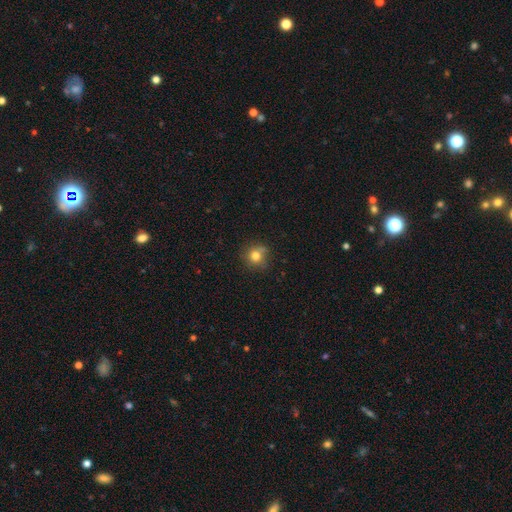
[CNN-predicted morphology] Smooth or featured: smooth — 79% (star or artifact — 12%)
How rounded: round — 88% (in between — 11%)
Merging: none — 70% (minor disturbance — 20%)